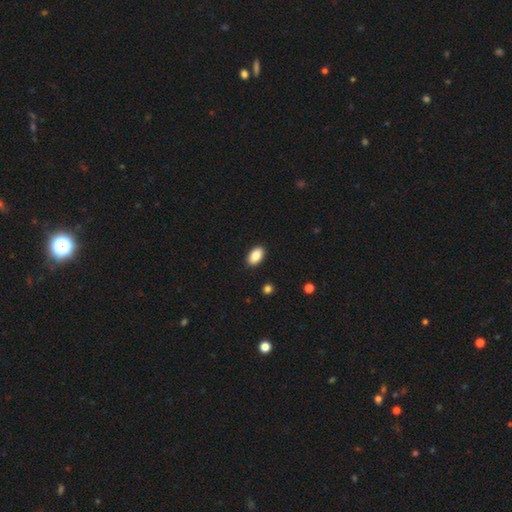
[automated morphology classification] This is clearly a smooth galaxy (88%). How rounded: clearly in between (94%). Merging: clearly none (90%).